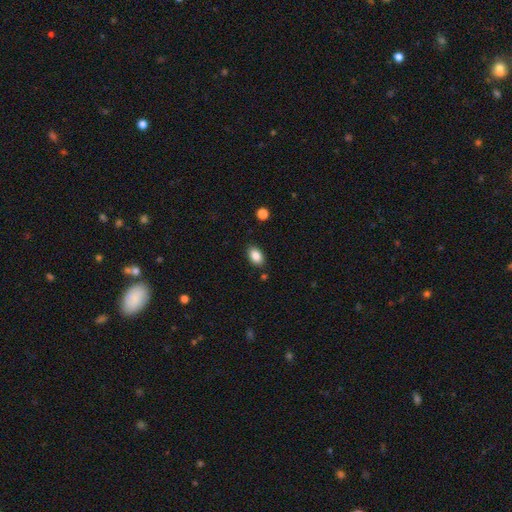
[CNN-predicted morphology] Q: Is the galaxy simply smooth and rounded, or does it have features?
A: smooth — 87%.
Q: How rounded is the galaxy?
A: in between — 90%.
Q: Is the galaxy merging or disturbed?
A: none — 86%.